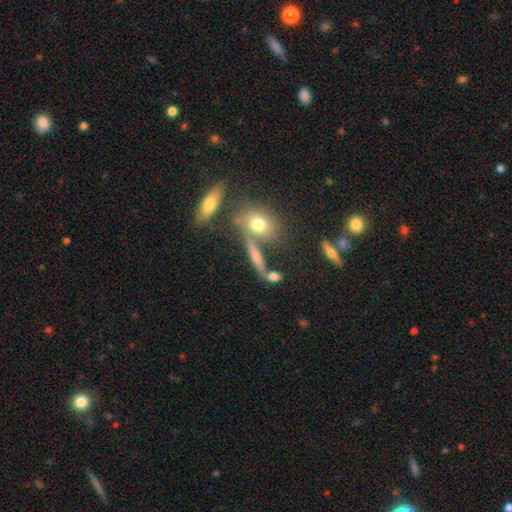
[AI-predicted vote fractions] Smooth or featured?
  - smooth: 58% *
  - featured or disk: 28%
  - star or artifact: 14%
How rounded?
  - cigar-shaped: 55% *
  - in between: 31%
  - round: 15%
Merging?
  - none: 54% *
  - merger: 25%
  - minor disturbance: 13%
  - major disturbance: 7%